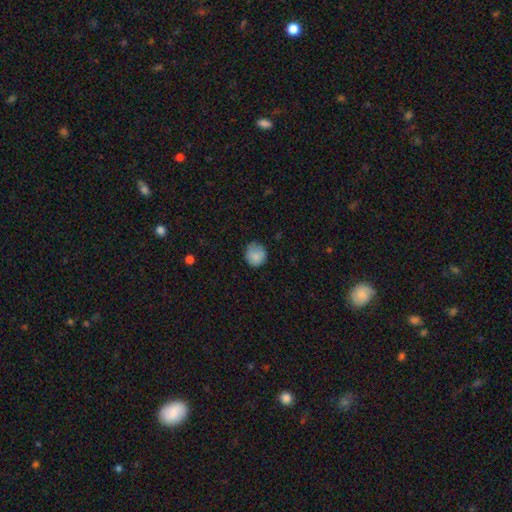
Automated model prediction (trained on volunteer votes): This is clearly a smooth galaxy (84%). How rounded: clearly round (86%). Merging: likely none (75%).